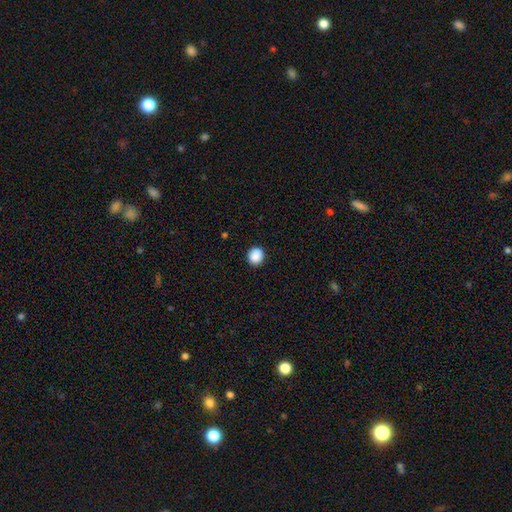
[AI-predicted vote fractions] smooth-or-featured: smooth: 89% | star or artifact: 9% | featured or disk: 3%
  how-rounded: round: 86% | in between: 13% | cigar-shaped: 1%
  merging: none: 90% | minor disturbance: 7% | major disturbance: 2% | merger: 1%